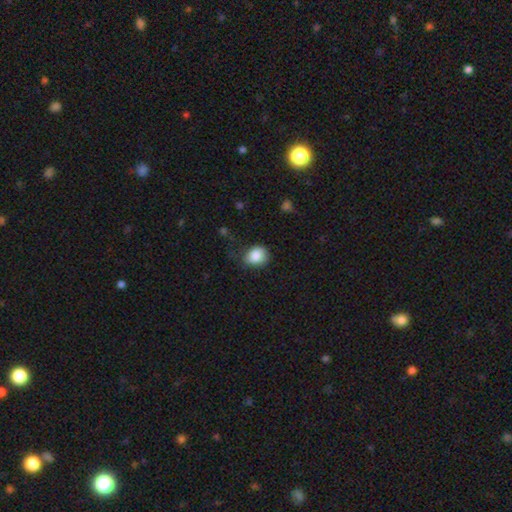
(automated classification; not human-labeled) Smooth or featured? Predicted: smooth (p=0.85). How rounded? Predicted: round (p=0.55). Merging? Predicted: none (p=0.62).